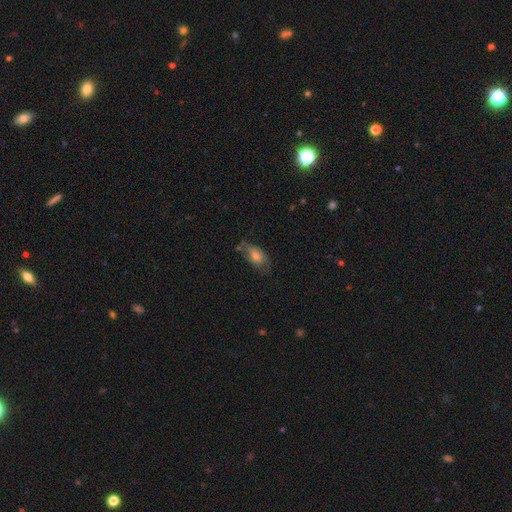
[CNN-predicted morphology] Smooth or featured? smooth (56%)
How rounded? in between (86%)
Merging? none (56%)